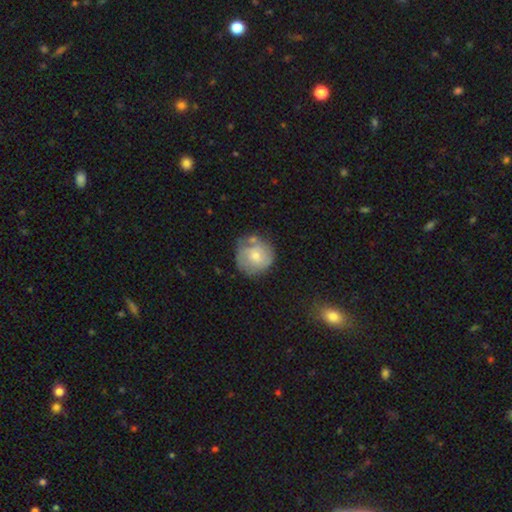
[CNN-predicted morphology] smooth-or-featured: smooth: 55% | featured or disk: 38% | star or artifact: 7%
  how-rounded: round: 90% | in between: 9% | cigar-shaped: 1%
  merging: none: 56% | minor disturbance: 24% | merger: 12% | major disturbance: 9%